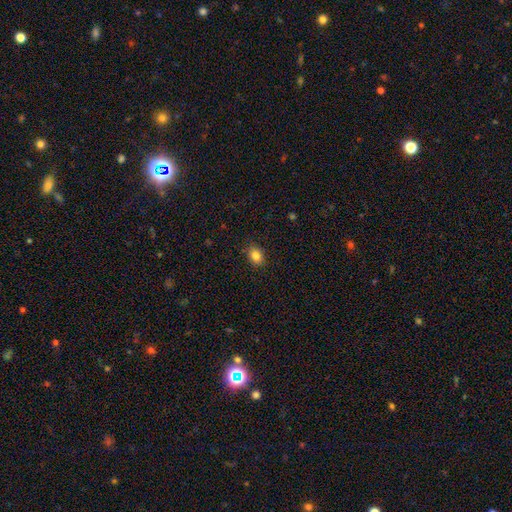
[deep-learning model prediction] The model was most divided on "how rounded": in between: 66%, round: 33%, cigar-shaped: 1%. More confident: merging — none (87%); smooth or featured — smooth (84%).